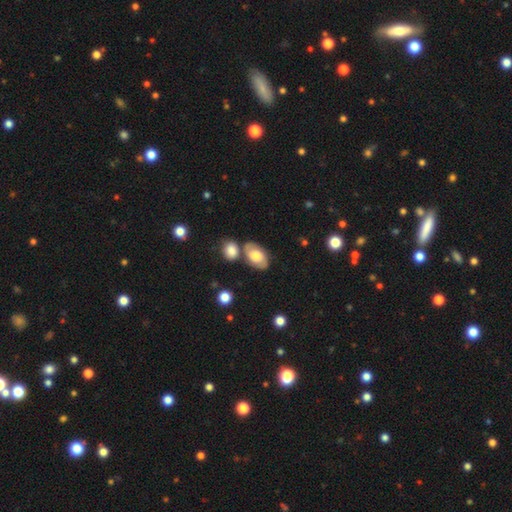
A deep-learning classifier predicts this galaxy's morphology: Smooth or featured? smooth (52%)
How rounded? in between (89%)
Merging? none (59%)